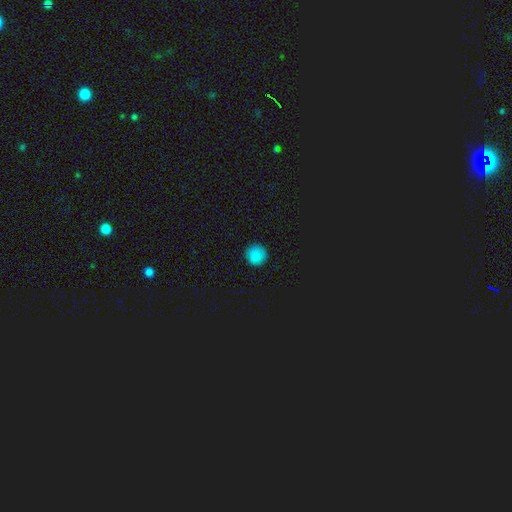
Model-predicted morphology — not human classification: Smooth or featured? smooth (84%)
How rounded? round (94%)
Merging? none (89%)